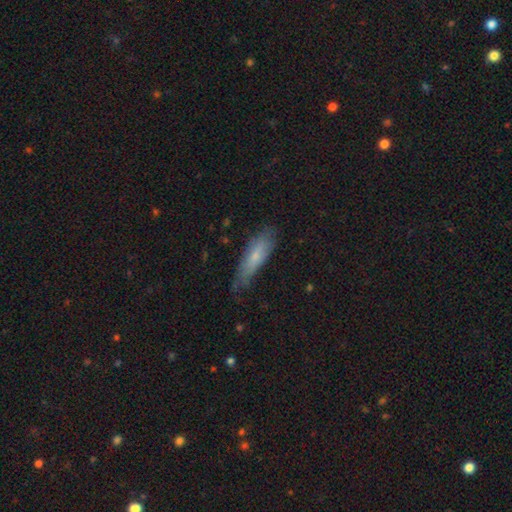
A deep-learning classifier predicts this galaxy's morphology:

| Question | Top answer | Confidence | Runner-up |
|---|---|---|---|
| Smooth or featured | smooth | 69% | featured or disk (25%) |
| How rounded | cigar-shaped | 52% | in between (46%) |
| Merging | none | 57% | minor disturbance (32%) |